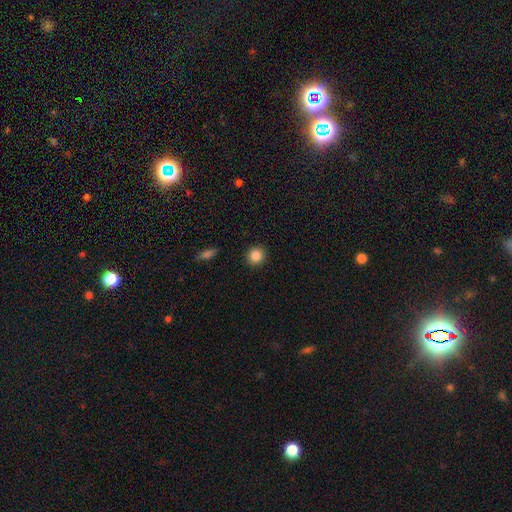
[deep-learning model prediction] Overall: smooth (85%). How rounded: round (90%). Merging: none (92%).